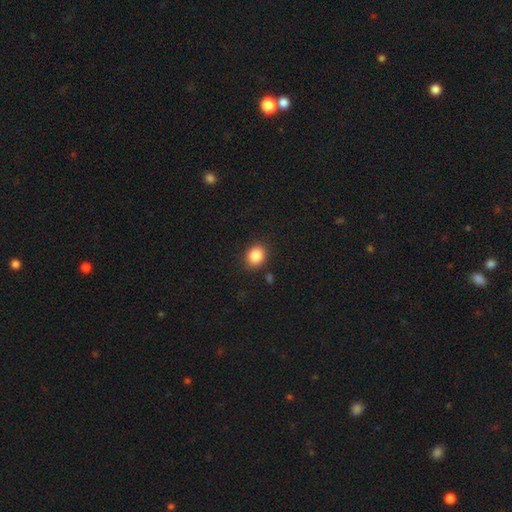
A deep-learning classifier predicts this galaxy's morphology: smooth_or_featured: smooth (p=0.86) [alt: star or artifact p=0.09]
how_rounded: round (p=0.59) [alt: in between p=0.40]
merging: none (p=0.84) [alt: minor disturbance p=0.10]